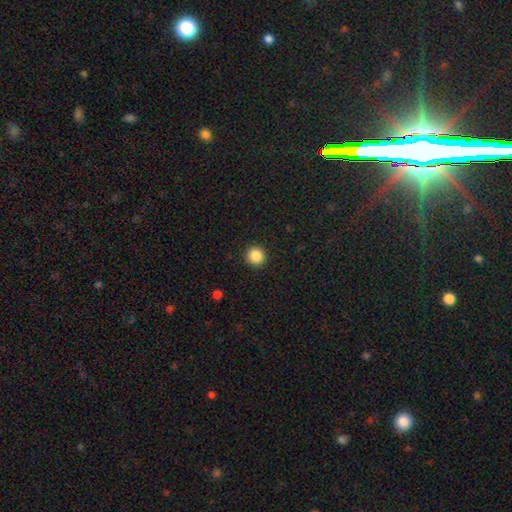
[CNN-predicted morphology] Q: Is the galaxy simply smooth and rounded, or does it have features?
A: smooth — 87%.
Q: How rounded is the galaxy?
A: round — 95%.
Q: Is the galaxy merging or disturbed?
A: none — 93%.